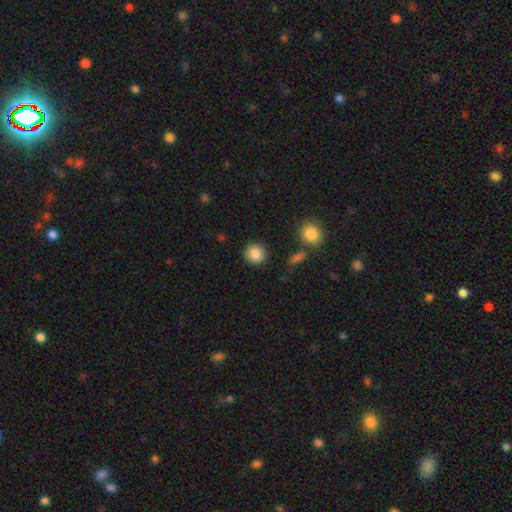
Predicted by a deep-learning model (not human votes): Smooth or featured?
  - smooth: 87% *
  - star or artifact: 8%
  - featured or disk: 4%
How rounded?
  - round: 91% *
  - in between: 8%
  - cigar-shaped: 1%
Merging?
  - none: 89% *
  - minor disturbance: 7%
  - major disturbance: 2%
  - merger: 2%